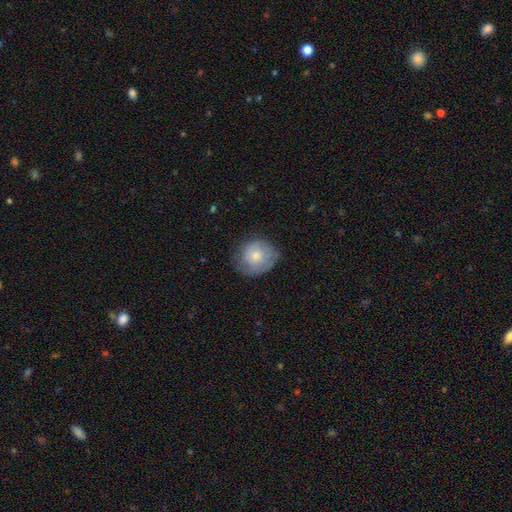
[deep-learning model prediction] smooth-or-featured: smooth: 65% | featured or disk: 28% | star or artifact: 7%
  how-rounded: round: 77% | in between: 22% | cigar-shaped: 1%
  merging: none: 63% | minor disturbance: 27% | major disturbance: 9% | merger: 1%